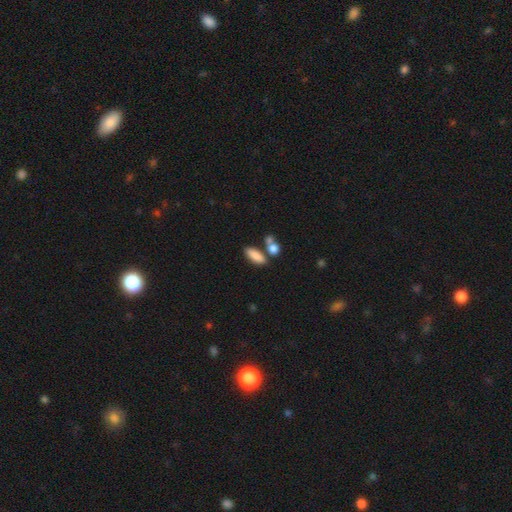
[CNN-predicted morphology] The model was most divided on "merging": none: 62%, merger: 22%, minor disturbance: 12%, major disturbance: 4%. More confident: smooth or featured — smooth (86%); how rounded — in between (76%).